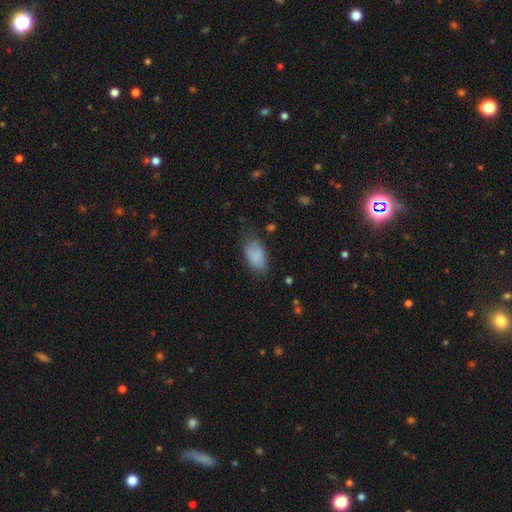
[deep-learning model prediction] The model was most divided on "merging": none: 60%, minor disturbance: 28%, major disturbance: 10%, merger: 2%. More confident: how rounded — in between (92%); smooth or featured — smooth (85%).